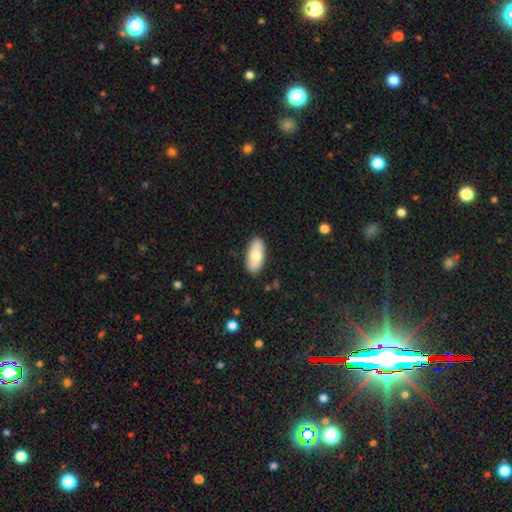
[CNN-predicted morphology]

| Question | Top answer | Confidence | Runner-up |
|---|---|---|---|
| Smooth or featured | smooth | 76% | featured or disk (18%) |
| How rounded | in between | 90% | cigar-shaped (7%) |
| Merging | none | 86% | minor disturbance (11%) |